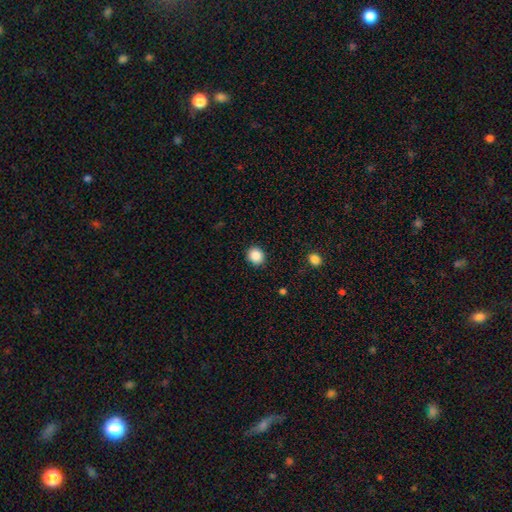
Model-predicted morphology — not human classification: Smooth or featured? Predicted: smooth (p=0.88). How rounded? Predicted: round (p=0.81). Merging? Predicted: none (p=0.90).